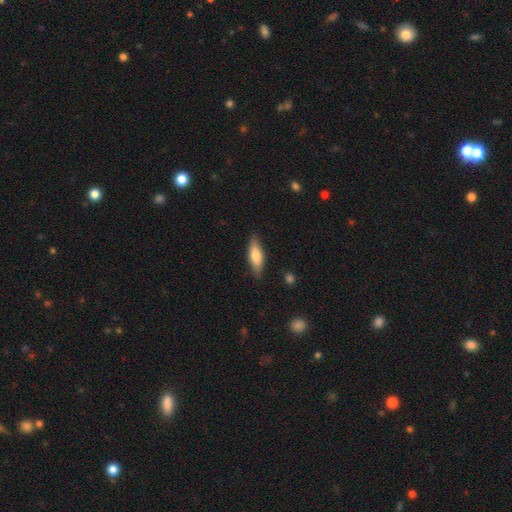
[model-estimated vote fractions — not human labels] The model was most divided on "how rounded": in between: 52%, cigar-shaped: 46%, round: 2%. More confident: merging — none (83%); smooth or featured — smooth (69%).